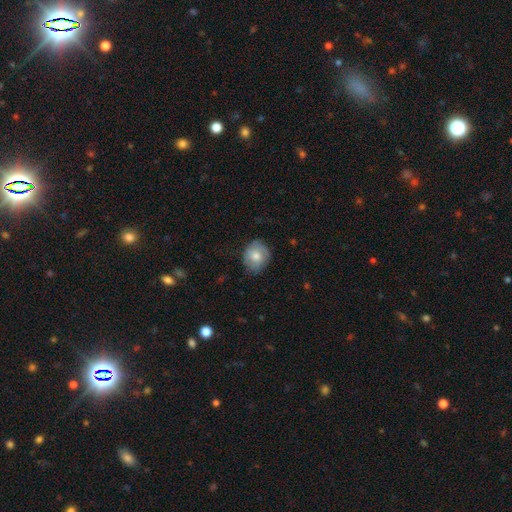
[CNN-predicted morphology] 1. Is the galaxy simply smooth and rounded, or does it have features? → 66% smooth, 27% featured or disk, 7% star or artifact.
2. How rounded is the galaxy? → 65% round, 34% in between, 1% cigar-shaped.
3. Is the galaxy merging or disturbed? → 72% none, 22% minor disturbance, 5% major disturbance, 1% merger.